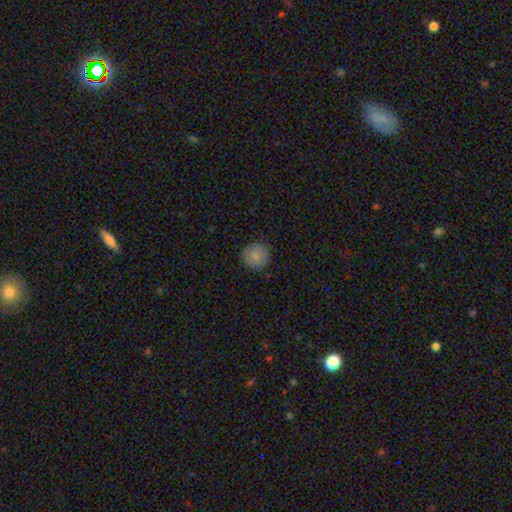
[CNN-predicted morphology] This appears to be a smooth galaxy with no disk features (86%) that is round (95%). Merging: none (89%).